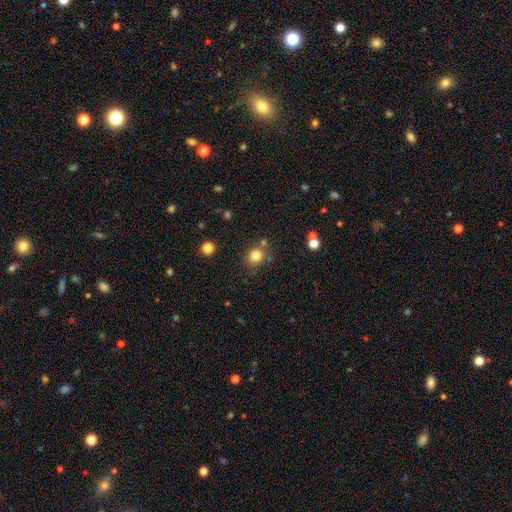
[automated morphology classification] The model was most divided on "how rounded": round: 80%, in between: 19%, cigar-shaped: 1%. More confident: smooth or featured — smooth (80%); merging — none (75%).